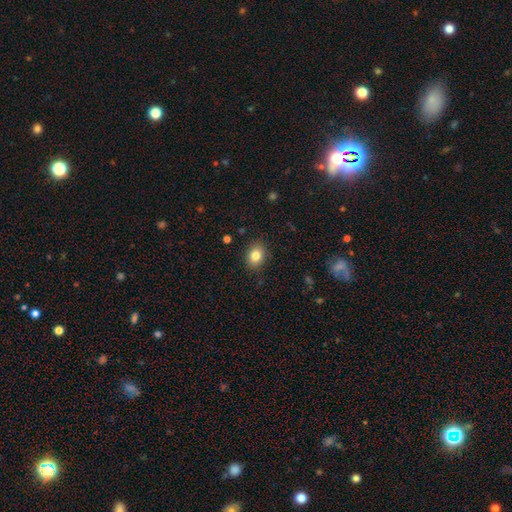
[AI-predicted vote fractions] Smooth or featured? smooth (82%)
How rounded? in between (58%)
Merging? none (87%)